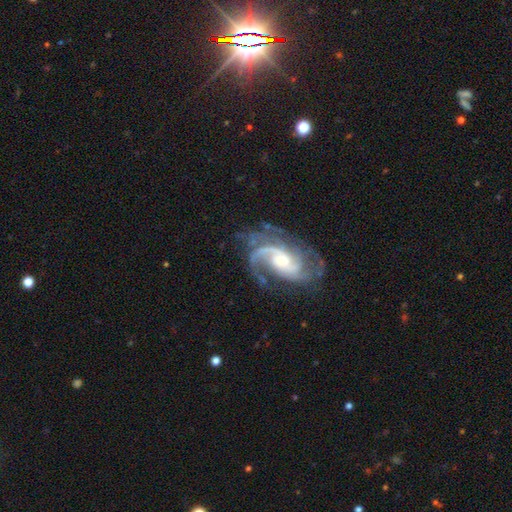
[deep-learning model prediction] Smooth or featured? Predicted: featured or disk (p=0.90). Edge-on disk? Predicted: no (p=0.97). Bar? Predicted: no (p=0.47). Spiral arms? Predicted: yes (p=0.98). Spiral winding? Predicted: medium (p=0.50). Spiral arm count? Predicted: 2 (p=0.53). Bulge size? Predicted: moderate (p=0.46). Merging? Predicted: none (p=0.66).